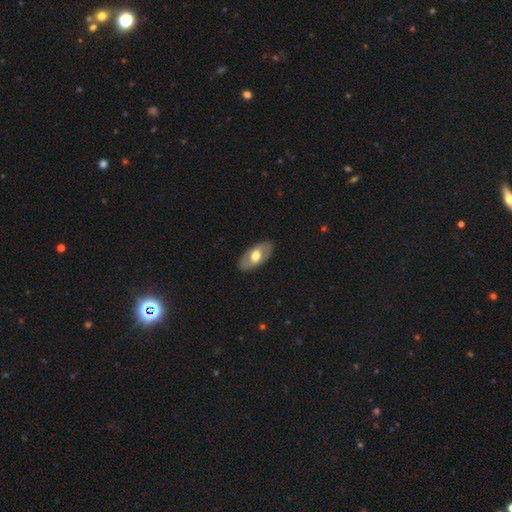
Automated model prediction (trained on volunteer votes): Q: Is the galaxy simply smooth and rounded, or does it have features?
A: smooth — 49%.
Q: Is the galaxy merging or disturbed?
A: none — 87%.